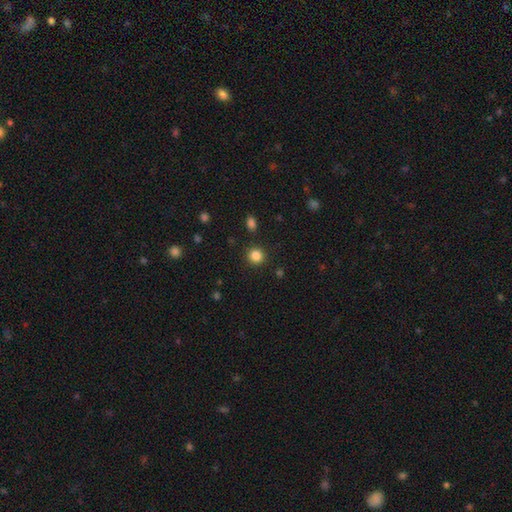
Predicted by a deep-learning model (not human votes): A smooth galaxy with no disk features (84%) that is round (92%). Merging: none (90%).